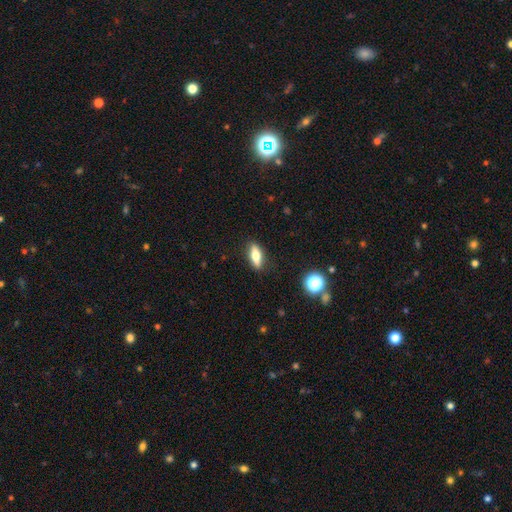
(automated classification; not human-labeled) smooth 59%, featured or disk 34%, star or artifact 8%. Down the decision tree: how rounded — in between (56%); merging — none (88%).